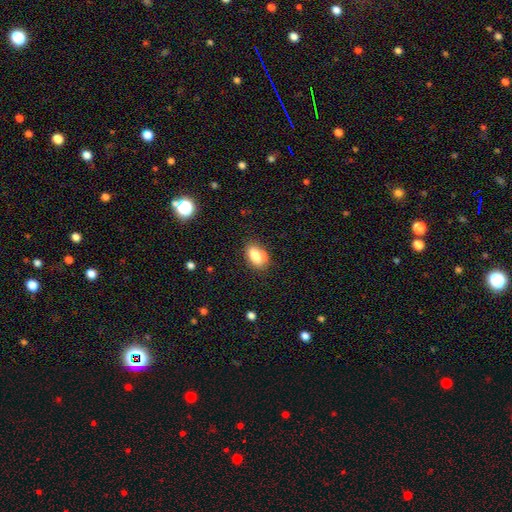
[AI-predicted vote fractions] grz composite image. It shows a smooth galaxy with no disk features (82%) that is in between round and cigar-shaped (89%). Merging: none (71%).